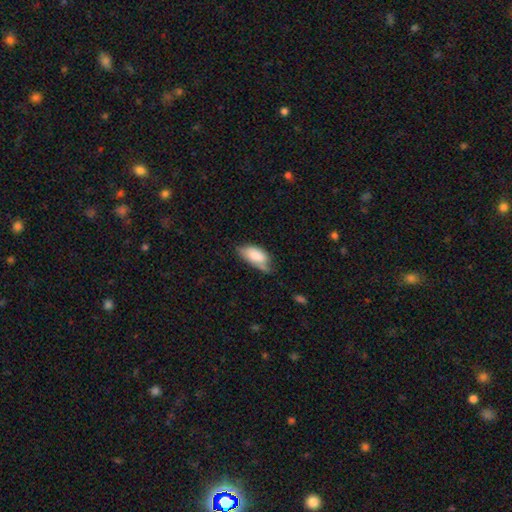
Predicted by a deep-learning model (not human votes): Smooth or featured: smooth — 79% (featured or disk — 14%)
How rounded: in between — 92% (cigar-shaped — 6%)
Merging: minor disturbance — 40% (none — 39%)